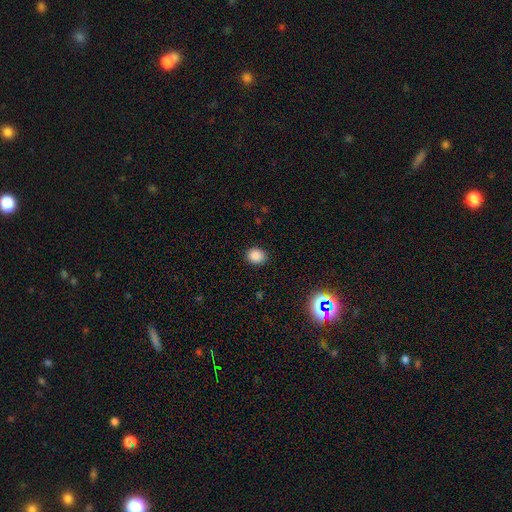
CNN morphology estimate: Smooth or featured? Predicted: smooth (p=0.87). How rounded? Predicted: round (p=0.68). Merging? Predicted: none (p=0.89).